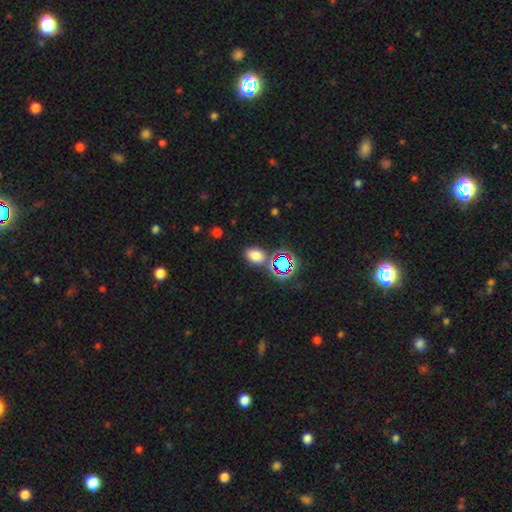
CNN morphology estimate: Smooth or featured: smooth — 69% (star or artifact — 25%)
How rounded: in between — 80% (round — 19%)
Merging: none — 76% (minor disturbance — 11%)